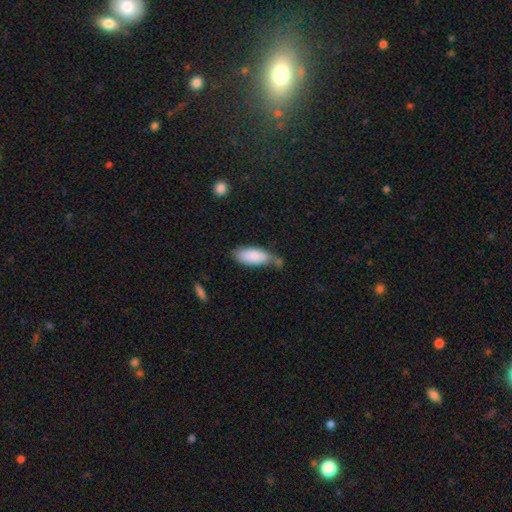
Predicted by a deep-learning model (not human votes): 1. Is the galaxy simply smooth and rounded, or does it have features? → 84% smooth, 9% featured or disk, 6% star or artifact.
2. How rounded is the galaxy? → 83% in between, 15% cigar-shaped, 2% round.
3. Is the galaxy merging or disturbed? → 45% none, 31% minor disturbance, 14% merger, 10% major disturbance.